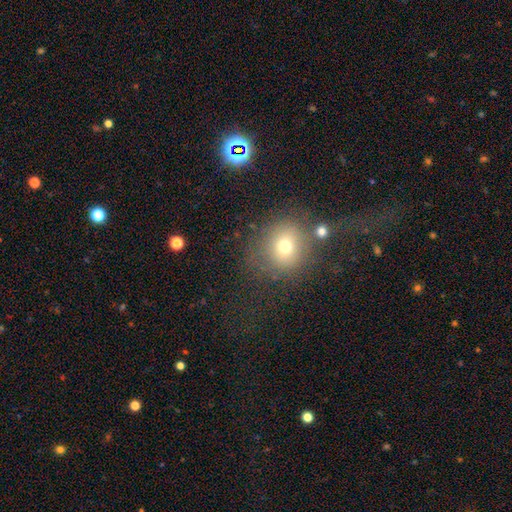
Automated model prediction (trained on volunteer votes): Smooth or featured: smooth — 55% (star or artifact — 30%)
How rounded: round — 77% (in between — 21%)
Merging: none — 49% (major disturbance — 25%)